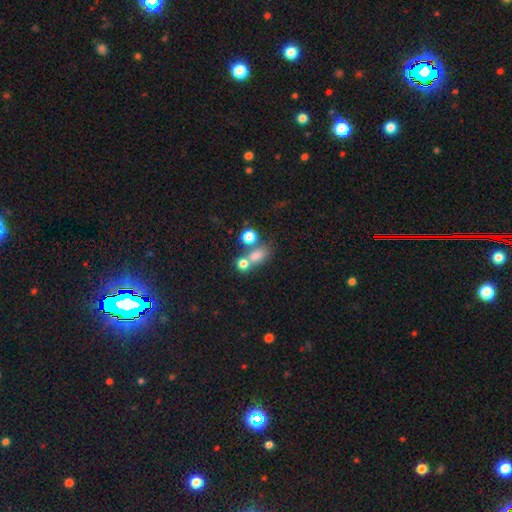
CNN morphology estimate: Smooth or featured: smooth — 73% (star or artifact — 16%)
How rounded: in between — 56% (round — 41%)
Merging: none — 42% (merger — 41%)